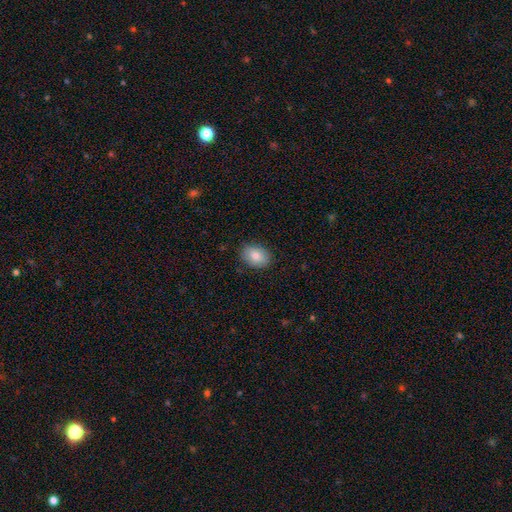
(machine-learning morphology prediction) Smooth or featured? Predicted: smooth (p=0.83). How rounded? Predicted: in between (p=0.74). Merging? Predicted: none (p=0.86).